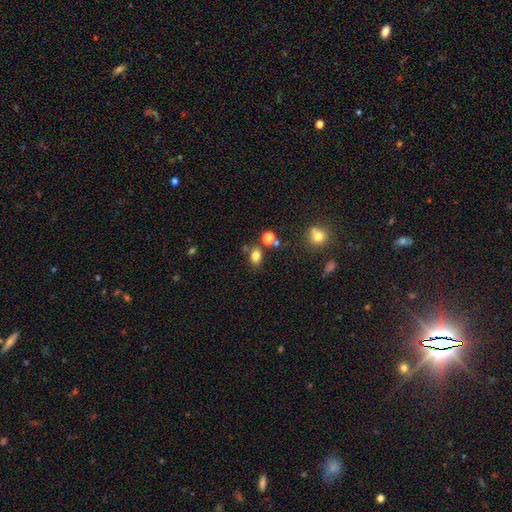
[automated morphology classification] Smooth or featured? Predicted: smooth (p=0.80). How rounded? Predicted: in between (p=0.69). Merging? Predicted: none (p=0.71).